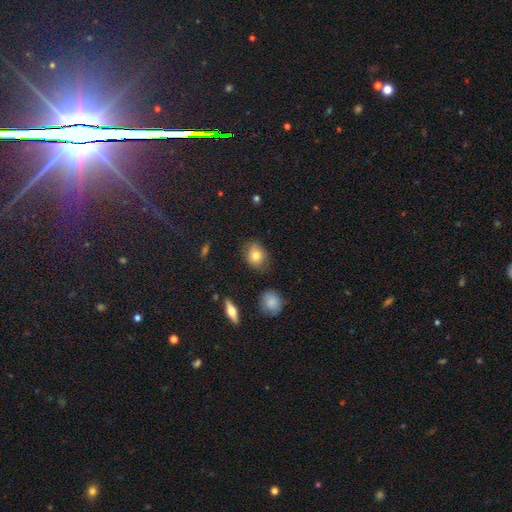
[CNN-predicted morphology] A smooth galaxy with no disk features (74%) that is round (50%). Merging: none (71%).